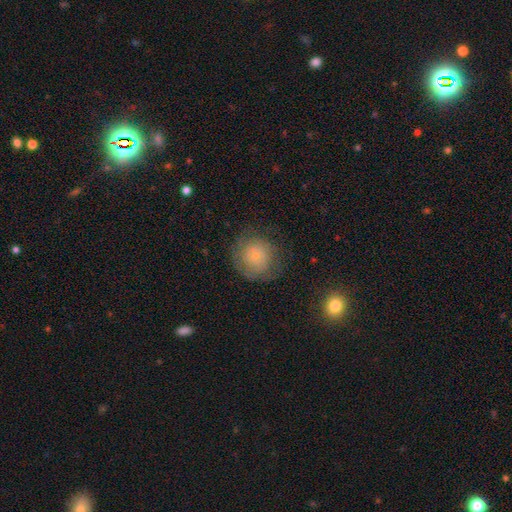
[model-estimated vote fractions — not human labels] Smooth or featured? smooth (56%)
How rounded? round (89%)
Merging? none (72%)